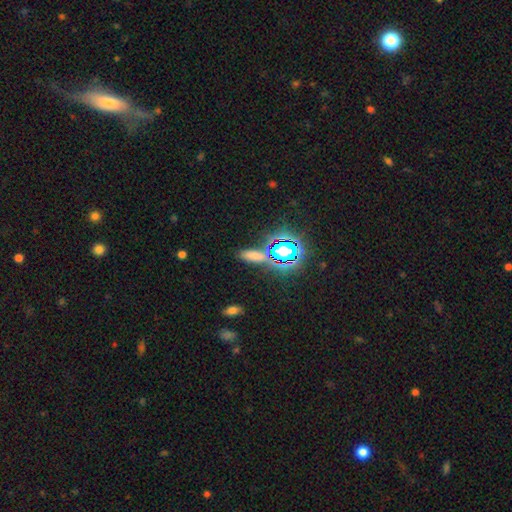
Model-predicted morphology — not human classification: A smooth galaxy with no disk features (45%).

Vote fractions:
- Smooth or featured? smooth: 45% / star or artifact: 44% / featured or disk: 11%
- Merging? none: 75% / minor disturbance: 11% / merger: 9% / major disturbance: 5%